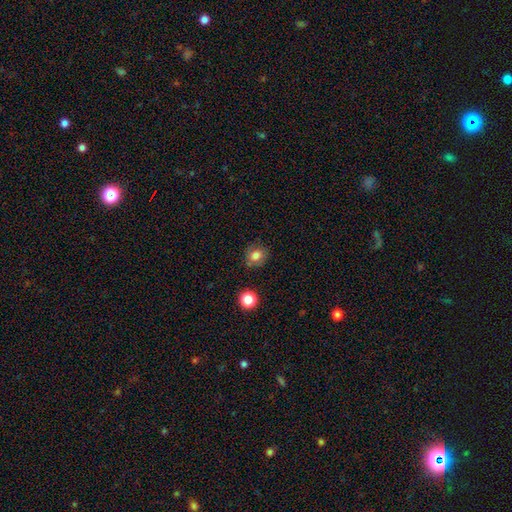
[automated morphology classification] This is likely a smooth galaxy (79%). How rounded: likely round (74%). Merging: likely none (77%).